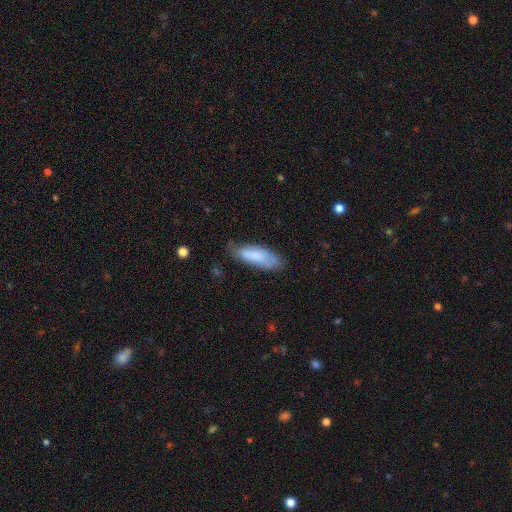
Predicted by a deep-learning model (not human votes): Q: Smooth or featured?
A: smooth (80%); runner-up: featured or disk (13%)
Q: How rounded?
A: in between (60%); runner-up: cigar-shaped (38%)
Q: Merging?
A: none (65%); runner-up: minor disturbance (27%)